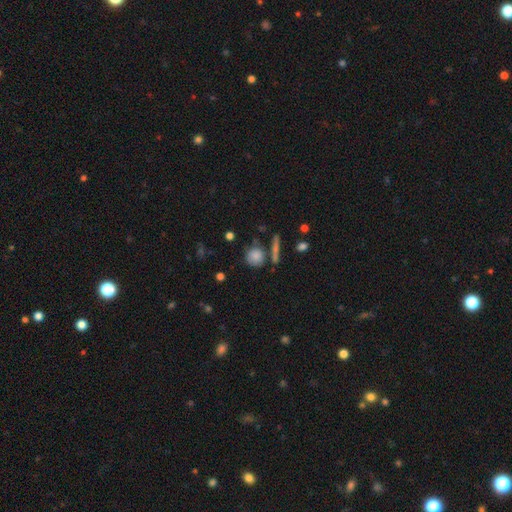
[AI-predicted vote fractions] This is clearly a smooth galaxy (80%). How rounded: clearly round (85%). Merging: likely none (71%).